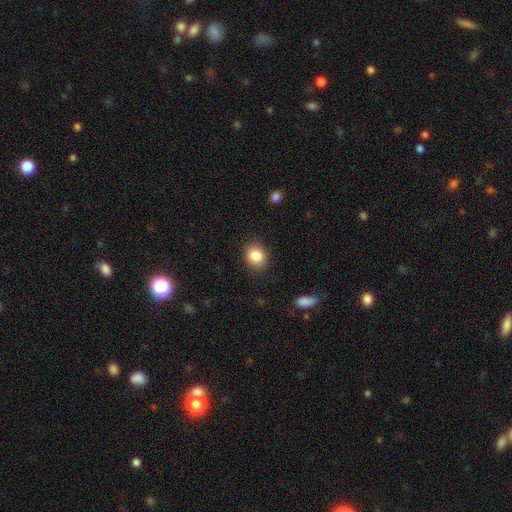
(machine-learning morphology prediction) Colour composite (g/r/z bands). It shows a smooth galaxy with no disk features (85%) that is round (61%). Merging: none (88%).